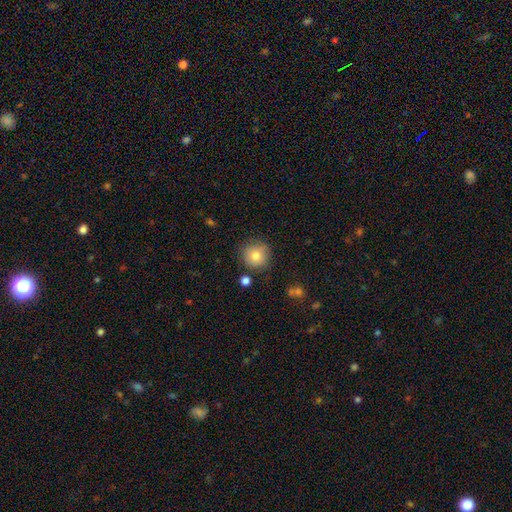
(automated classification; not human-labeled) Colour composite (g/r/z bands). It shows a smooth galaxy with no disk features (79%) that is round (94%). Merging: none (83%).